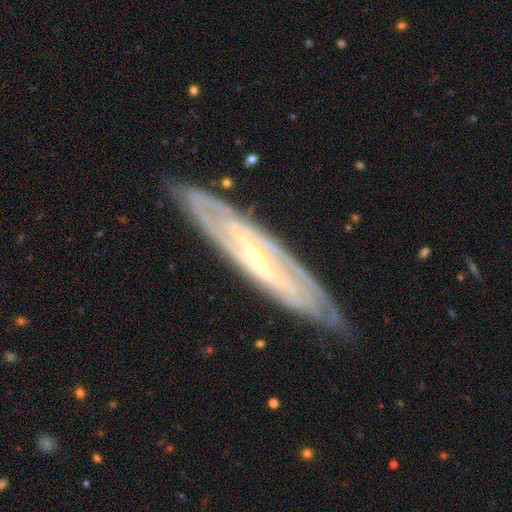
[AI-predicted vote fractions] smooth_or_featured: featured or disk (p=0.84) [alt: smooth p=0.10]
disk_edge_on: no (p=0.65) [alt: yes p=0.35]
bar: strong (p=0.40) [alt: weak p=0.32]
has_spiral_arms: yes (p=0.91) [alt: no p=0.09]
spiral_winding: tight (p=0.63) [alt: medium p=0.29]
spiral_arm_count: can't tell (p=0.43) [alt: 2 p=0.33]
bulge_size: small (p=0.83) [alt: moderate p=0.13]
merging: none (p=0.81) [alt: minor disturbance p=0.14]